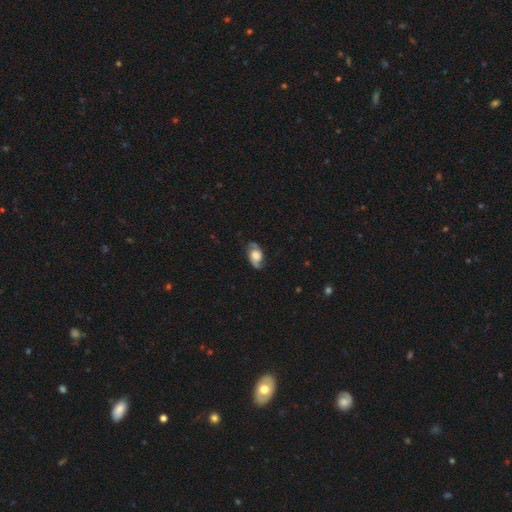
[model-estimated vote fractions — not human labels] Smooth or featured: featured or disk — 64% (smooth — 27%)
Edge-on disk: no — 94% (yes — 6%)
Bar: no — 68% (weak — 26%)
Spiral arms: yes — 89% (no — 11%)
Spiral winding: loose — 41% (tied with medium — 41%)
Spiral arm count: 2 — 89% (can't tell — 5%)
Bulge size: large — 47% (moderate — 24%)
Merging: none — 74% (minor disturbance — 18%)